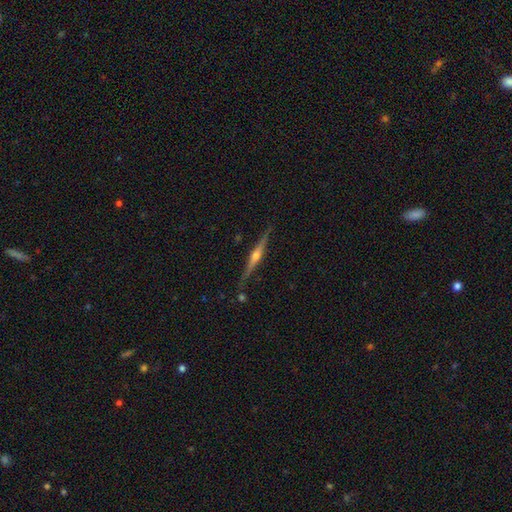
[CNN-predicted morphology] type=featured or disk (79%); edge-on=yes (98%); edge-on bulge=rounded (91%); merging=none (86%).